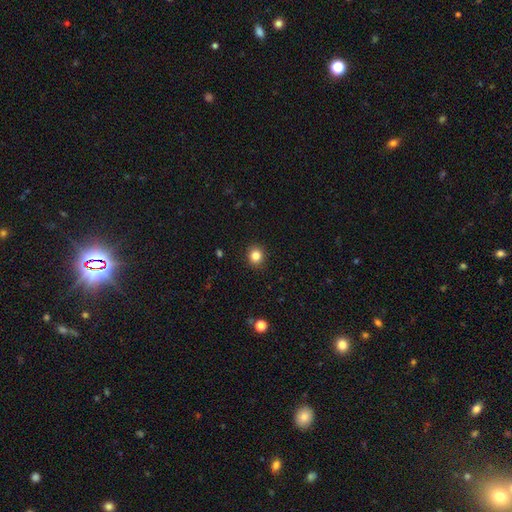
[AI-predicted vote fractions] smooth_or_featured: smooth (p=0.83) [alt: star or artifact p=0.12]
how_rounded: round (p=0.86) [alt: in between p=0.14]
merging: none (p=0.92) [alt: minor disturbance p=0.06]